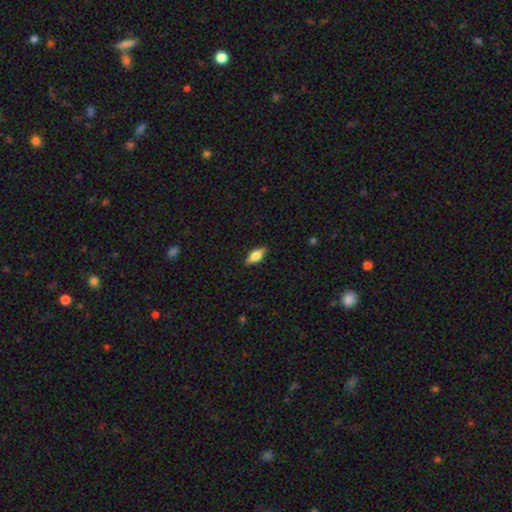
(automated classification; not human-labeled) smooth_or_featured: smooth (p=0.65) [alt: featured or disk p=0.28]
how_rounded: in between (p=0.77) [alt: cigar-shaped p=0.20]
merging: none (p=0.88) [alt: minor disturbance p=0.09]